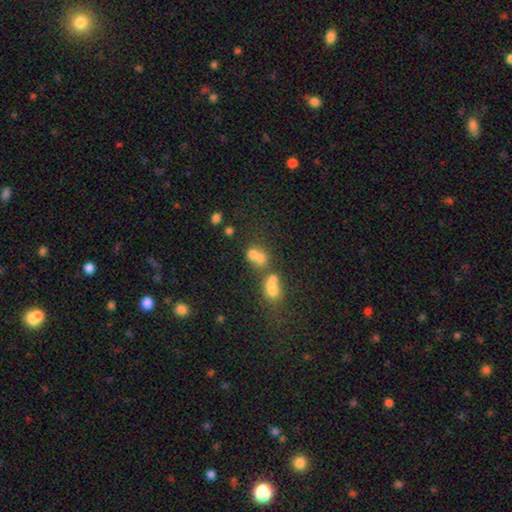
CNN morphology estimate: A smooth galaxy with no disk features (64%) that is round (63%). Merging: merger (61%).